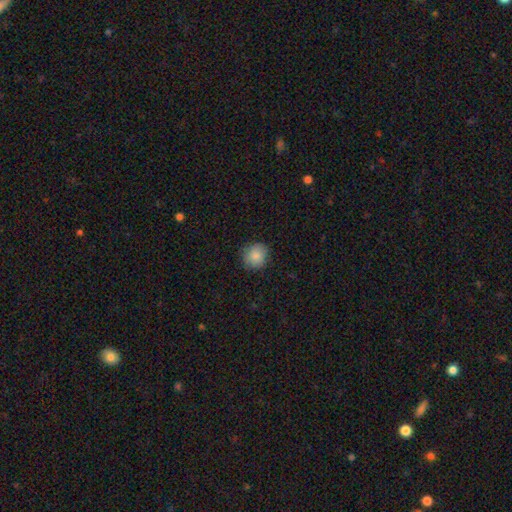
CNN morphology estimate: Smooth or featured?
  - smooth: 87% *
  - star or artifact: 8%
  - featured or disk: 5%
How rounded?
  - round: 86% *
  - in between: 13%
  - cigar-shaped: 1%
Merging?
  - none: 83% *
  - minor disturbance: 13%
  - major disturbance: 3%
  - merger: 1%